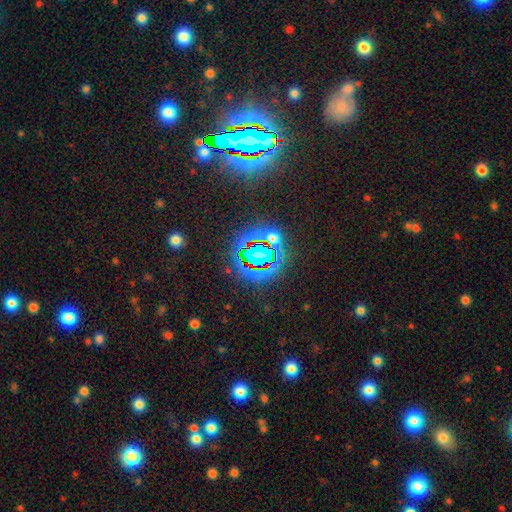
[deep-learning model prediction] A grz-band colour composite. It shows a star or artifact, not a galaxy (80%).